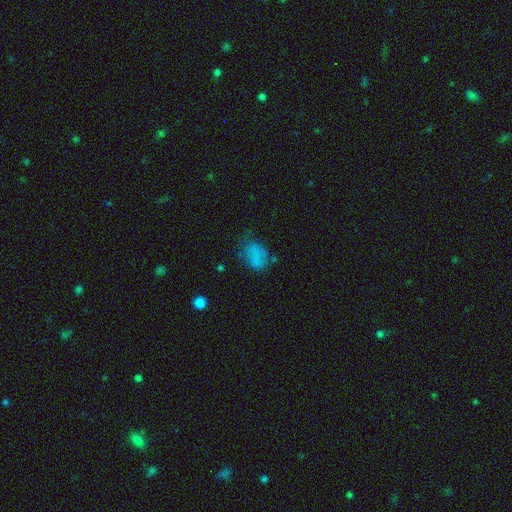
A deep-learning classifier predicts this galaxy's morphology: Q: Smooth or featured?
A: smooth (70%); runner-up: featured or disk (16%)
Q: How rounded?
A: in between (78%); runner-up: round (20%)
Q: Merging?
A: none (44%); runner-up: minor disturbance (30%)